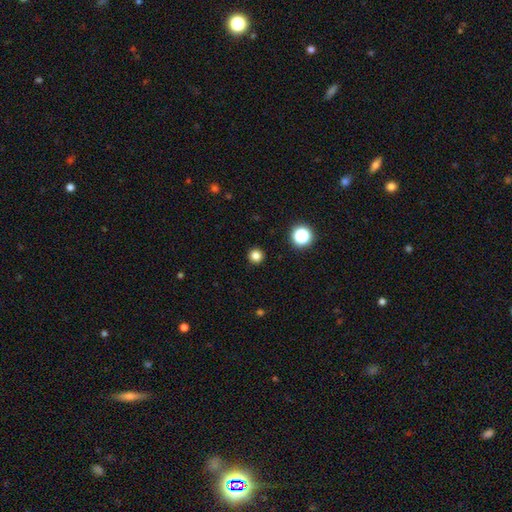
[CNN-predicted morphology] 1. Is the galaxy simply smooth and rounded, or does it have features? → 81% smooth, 15% star or artifact, 4% featured or disk.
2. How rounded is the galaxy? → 95% round, 4% in between, 1% cigar-shaped.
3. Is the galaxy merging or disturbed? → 92% none, 5% minor disturbance, 2% major disturbance, 1% merger.